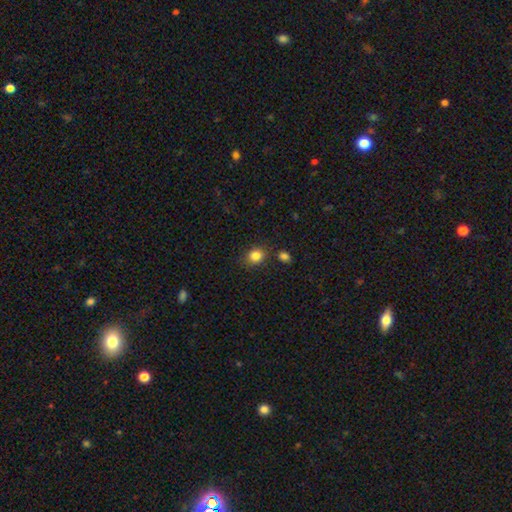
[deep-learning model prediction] Overall: smooth (84%). How rounded: round (58%; in between 41%). Merging: none (78%).